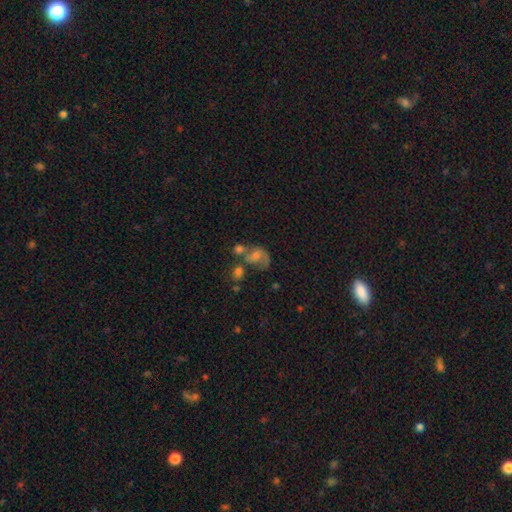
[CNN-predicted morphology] Overall: featured or disk (49%; smooth 33%). Merging: merger (34%; none 32%).